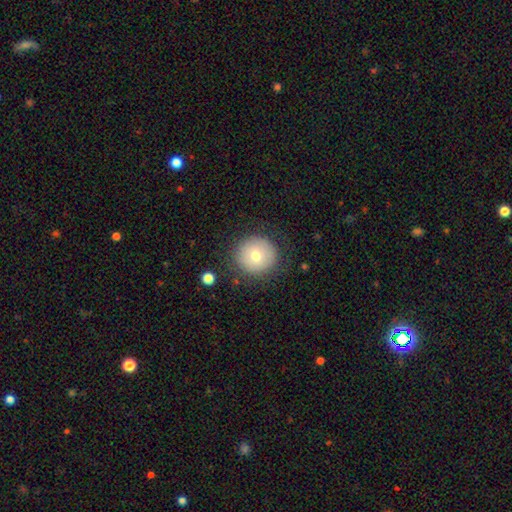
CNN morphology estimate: Smooth or featured? Predicted: smooth (p=0.73). How rounded? Predicted: round (p=0.93). Merging? Predicted: none (p=0.83).